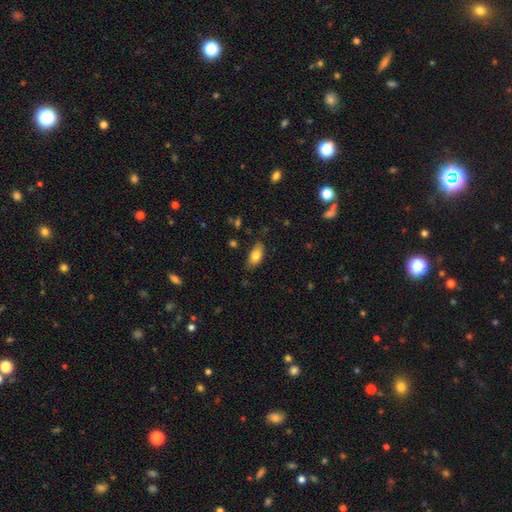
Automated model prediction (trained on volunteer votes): Smooth or featured? smooth (79%)
How rounded? in between (87%)
Merging? none (79%)